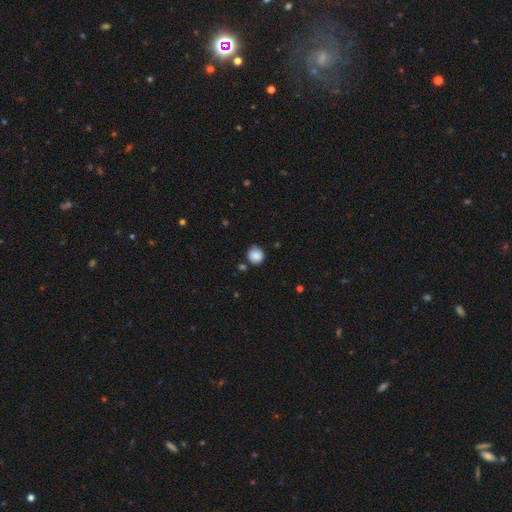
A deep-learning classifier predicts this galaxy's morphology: smooth 87%, star or artifact 9%, featured or disk 4%. Down the decision tree: how rounded — round (93%); merging — none (79%).